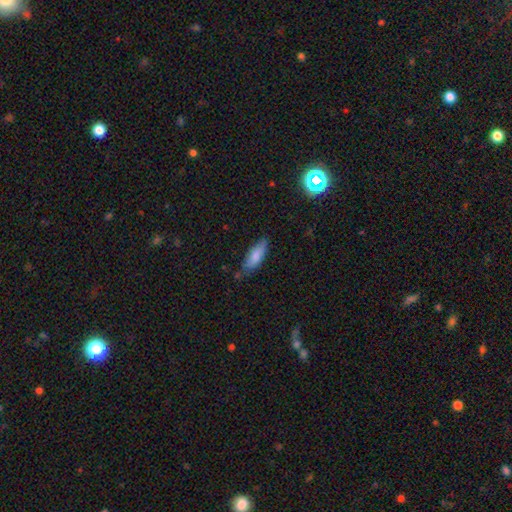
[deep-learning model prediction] smooth 80%, featured or disk 14%, star or artifact 7%. Down the decision tree: how rounded — in between (59%); merging — none (69%).